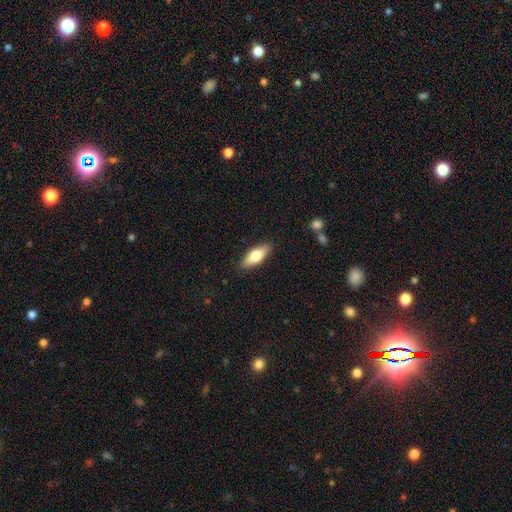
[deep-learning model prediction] Smooth or featured? smooth (67%)
How rounded? in between (60%)
Merging? none (87%)